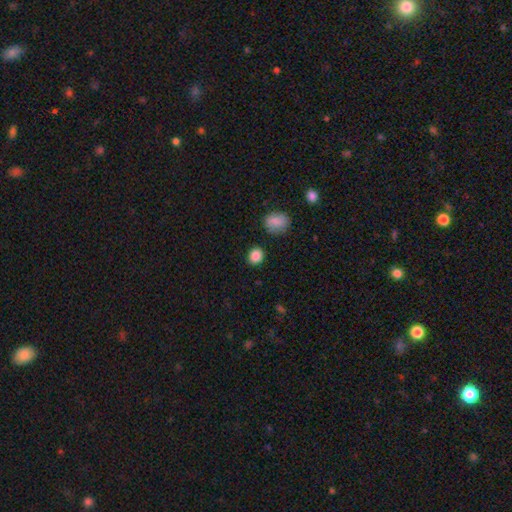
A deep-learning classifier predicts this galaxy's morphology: Overall: smooth (87%). How rounded: round (69%; in between 30%). Merging: none (86%).